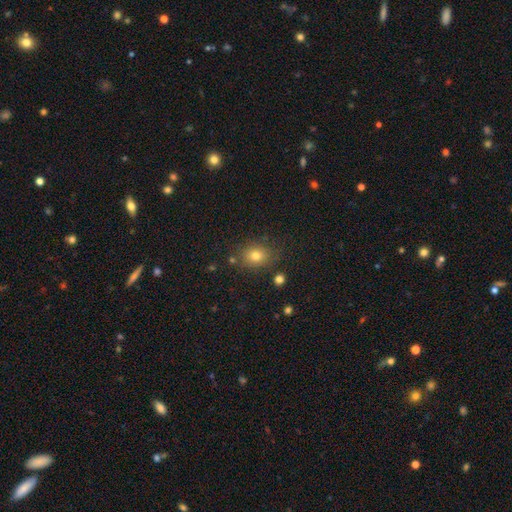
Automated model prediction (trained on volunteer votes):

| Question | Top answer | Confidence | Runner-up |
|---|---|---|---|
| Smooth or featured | smooth | 77% | star or artifact (14%) |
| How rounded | round | 54% | in between (45%) |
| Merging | none | 78% | minor disturbance (14%) |